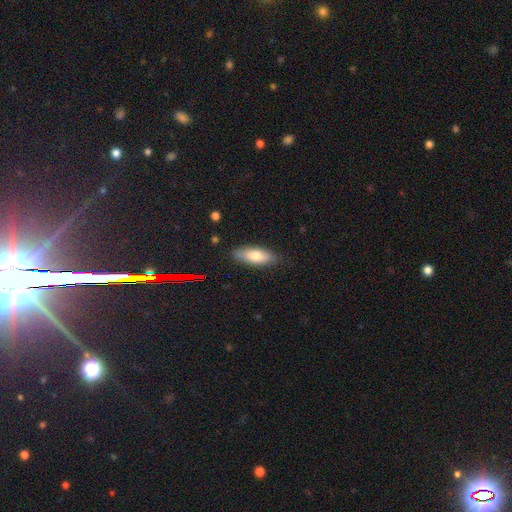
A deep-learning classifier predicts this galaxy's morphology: A smooth galaxy with no disk features (73%) that is in between round and cigar-shaped (71%).

Vote fractions:
- Smooth or featured? smooth: 73% / featured or disk: 20% / star or artifact: 7%
- How rounded? in between: 71% / cigar-shaped: 26% / round: 2%
- Merging? none: 84% / minor disturbance: 13% / major disturbance: 2% / merger: 1%